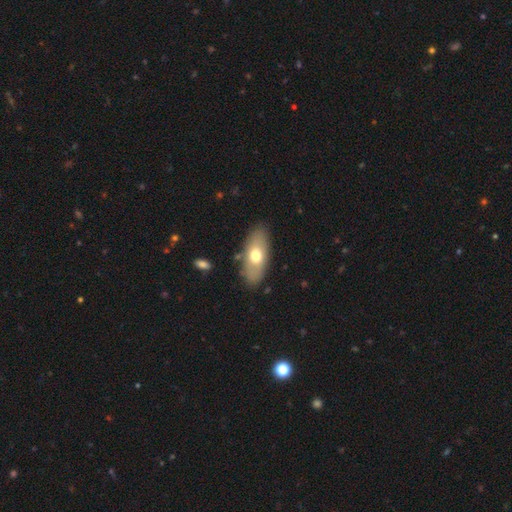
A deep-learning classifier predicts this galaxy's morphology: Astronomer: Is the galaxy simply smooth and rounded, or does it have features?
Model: smooth — 64%.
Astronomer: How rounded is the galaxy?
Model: in between — 85%.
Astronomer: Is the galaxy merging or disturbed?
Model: none — 83%.